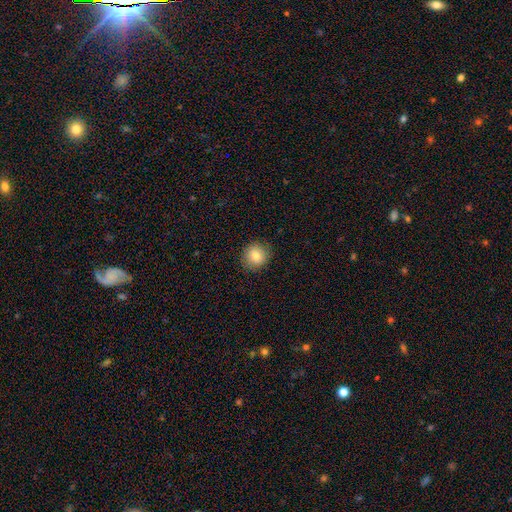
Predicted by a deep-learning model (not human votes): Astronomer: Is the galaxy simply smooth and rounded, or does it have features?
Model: smooth — 82%.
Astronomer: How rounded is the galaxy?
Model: round — 88%.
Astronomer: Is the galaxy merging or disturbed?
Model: none — 87%.